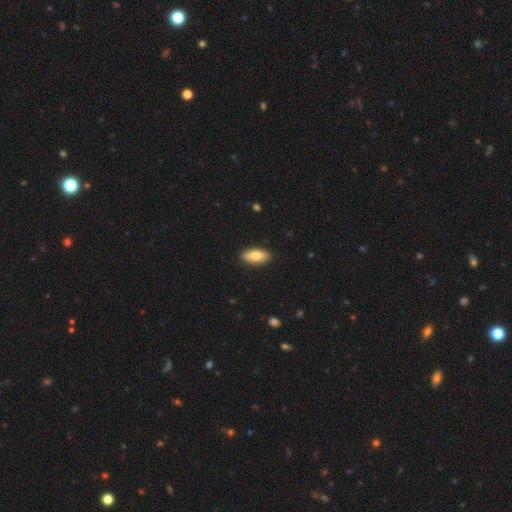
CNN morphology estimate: The model was most divided on "smooth or featured": smooth: 83%, featured or disk: 11%, star or artifact: 6%. More confident: merging — none (90%); how rounded — in between (86%).